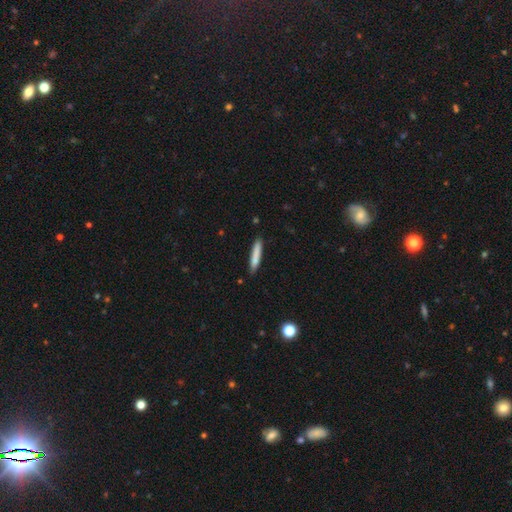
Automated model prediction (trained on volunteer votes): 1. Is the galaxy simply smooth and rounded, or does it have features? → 80% smooth, 14% featured or disk, 6% star or artifact.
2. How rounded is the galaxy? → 92% cigar-shaped, 7% in between, 1% round.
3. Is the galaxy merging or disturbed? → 86% none, 10% minor disturbance, 2% major disturbance, 2% merger.